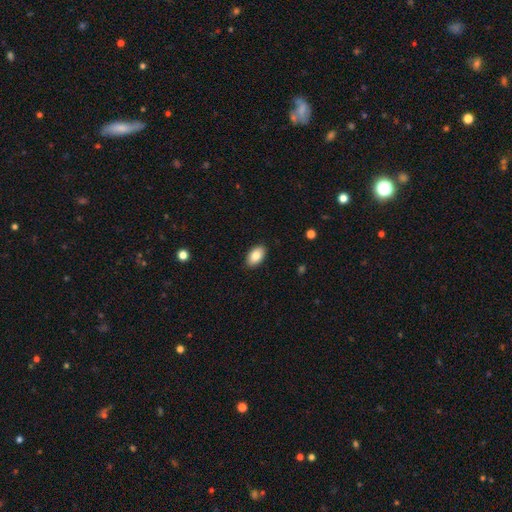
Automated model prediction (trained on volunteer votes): Smooth or featured?
  - smooth: 84% *
  - featured or disk: 9%
  - star or artifact: 7%
How rounded?
  - in between: 94% *
  - round: 5%
  - cigar-shaped: 2%
Merging?
  - none: 89% *
  - minor disturbance: 8%
  - major disturbance: 2%
  - merger: 1%